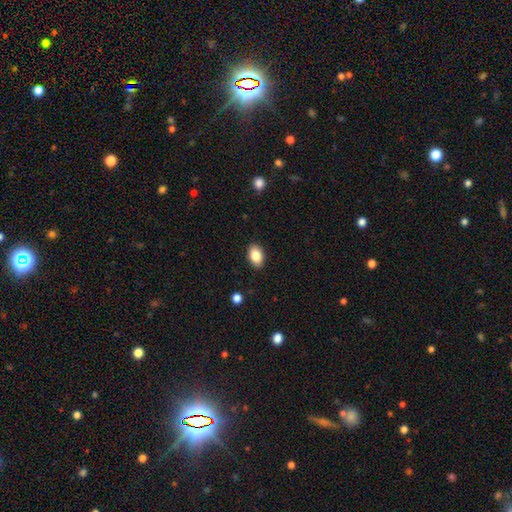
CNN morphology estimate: A smooth galaxy with no disk features (86%) that is in between round and cigar-shaped (89%).

Vote fractions:
- Smooth or featured? smooth: 86% / star or artifact: 8% / featured or disk: 7%
- How rounded? in between: 89% / round: 9% / cigar-shaped: 1%
- Merging? none: 88% / minor disturbance: 8% / major disturbance: 2% / merger: 1%